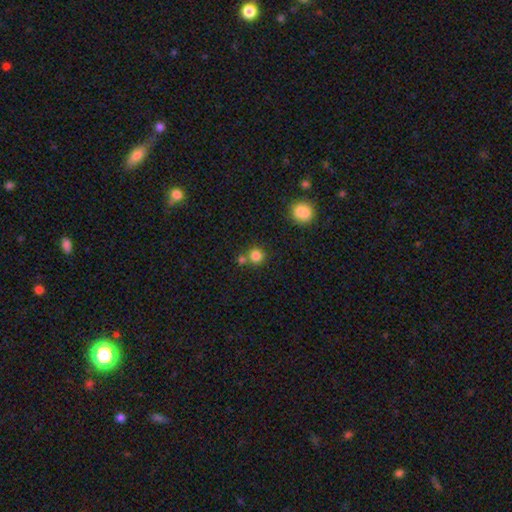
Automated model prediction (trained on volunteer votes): Overall: smooth (82%). How rounded: round (92%). Merging: none (65%).